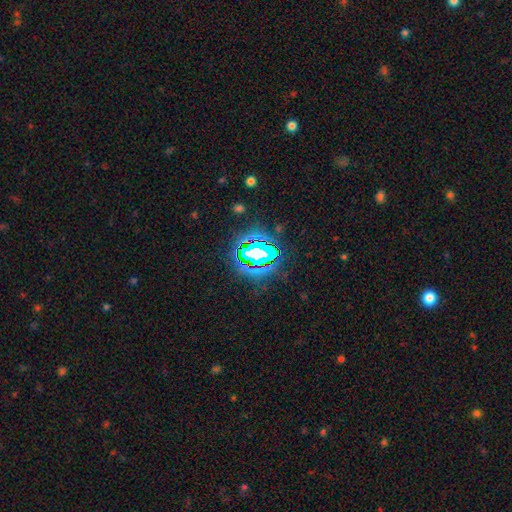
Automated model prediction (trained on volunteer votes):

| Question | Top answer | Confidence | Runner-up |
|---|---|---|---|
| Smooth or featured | star or artifact | 69% | smooth (17%) |